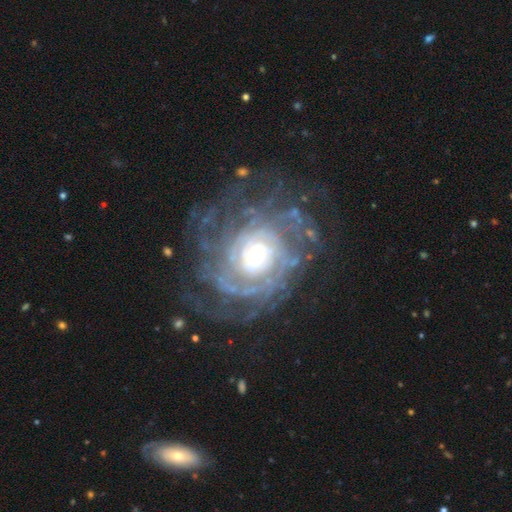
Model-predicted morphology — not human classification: Smooth or featured?
  - featured or disk: 89% *
  - star or artifact: 6%
  - smooth: 5%
Edge-on disk?
  - no: 97% *
  - yes: 3%
Bar?
  - no: 76% *
  - weak: 18%
  - strong: 6%
Spiral arms?
  - yes: 95% *
  - no: 5%
Spiral winding?
  - tight: 75% *
  - medium: 19%
  - loose: 6%
Spiral arm count?
  - can't tell: 36% *
  - more than 4: 23%
  - 4: 13%
  - 2: 11%
  - 3: 10%
  - 1: 7%
Bulge size?
  - small: 44% *
  - moderate: 42%
  - large: 10%
  - dominant: 2%
  - none: 1%
Merging?
  - none: 68% *
  - major disturbance: 15%
  - minor disturbance: 15%
  - merger: 2%